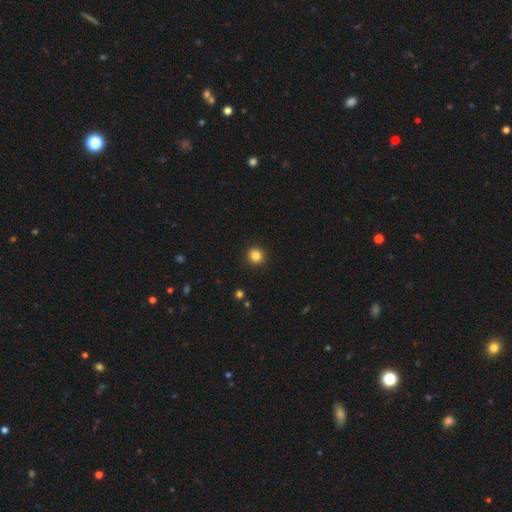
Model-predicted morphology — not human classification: Smooth or featured? Predicted: smooth (p=0.84). How rounded? Predicted: round (p=0.95). Merging? Predicted: none (p=0.93).